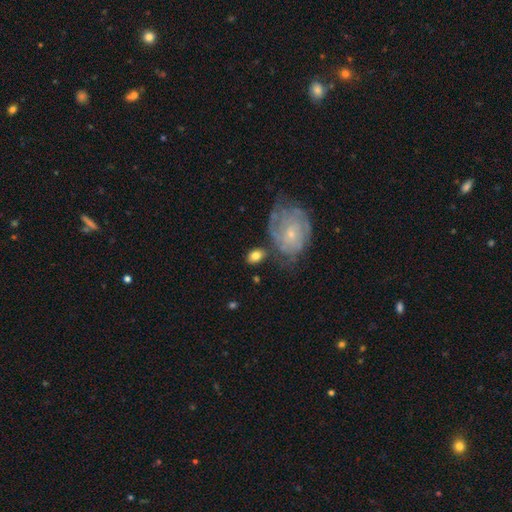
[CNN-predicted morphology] The model was most divided on "how rounded": in between: 71%, round: 27%, cigar-shaped: 2%. More confident: smooth or featured — smooth (69%); merging — none (68%).